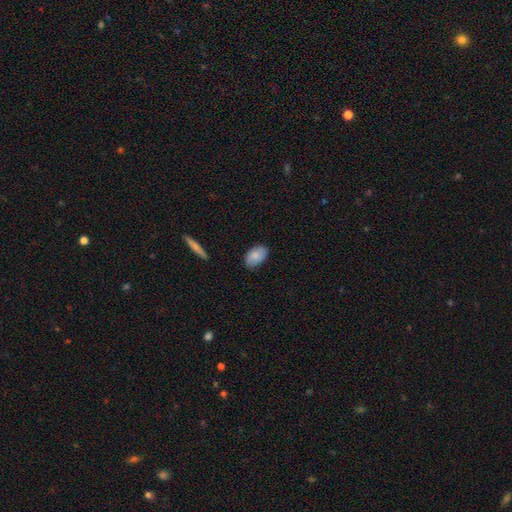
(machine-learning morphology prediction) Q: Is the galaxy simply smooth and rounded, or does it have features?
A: smooth — 84%.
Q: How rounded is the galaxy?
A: in between — 93%.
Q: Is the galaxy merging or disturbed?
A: none — 85%.